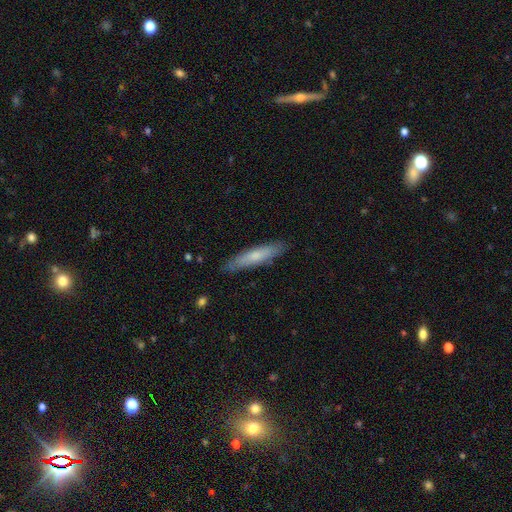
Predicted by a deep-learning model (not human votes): The model was most divided on "smooth or featured": smooth: 65%, featured or disk: 29%, star or artifact: 6%. More confident: merging — none (85%); how rounded — cigar-shaped (85%).